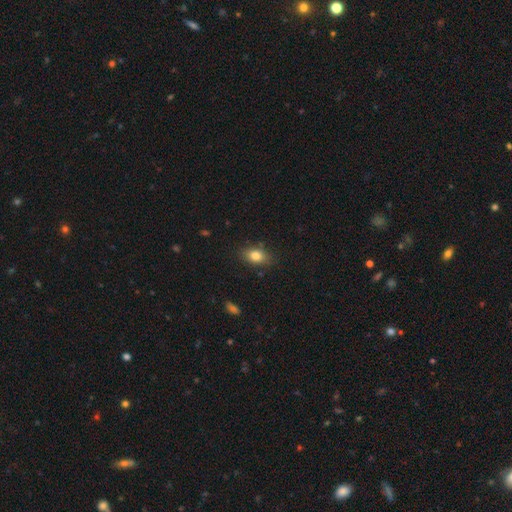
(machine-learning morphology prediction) smooth-or-featured: smooth: 81% | star or artifact: 9% | featured or disk: 9%
  how-rounded: in between: 79% | round: 18% | cigar-shaped: 3%
  merging: none: 82% | minor disturbance: 14% | major disturbance: 3% | merger: 2%